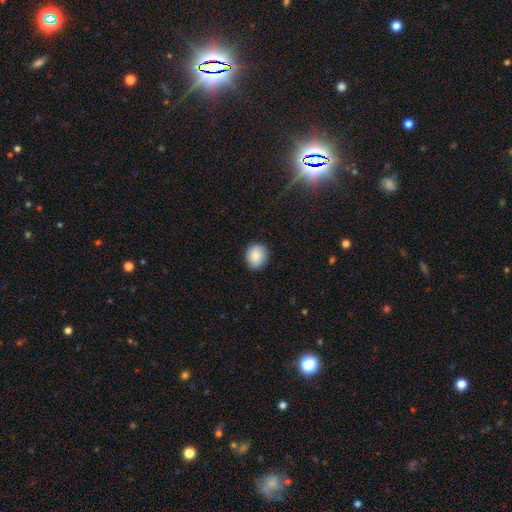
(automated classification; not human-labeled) smooth-or-featured: smooth: 84% | featured or disk: 8% | star or artifact: 8%
  how-rounded: round: 72% | in between: 27% | cigar-shaped: 1%
  merging: none: 86% | minor disturbance: 11% | major disturbance: 2% | merger: 1%